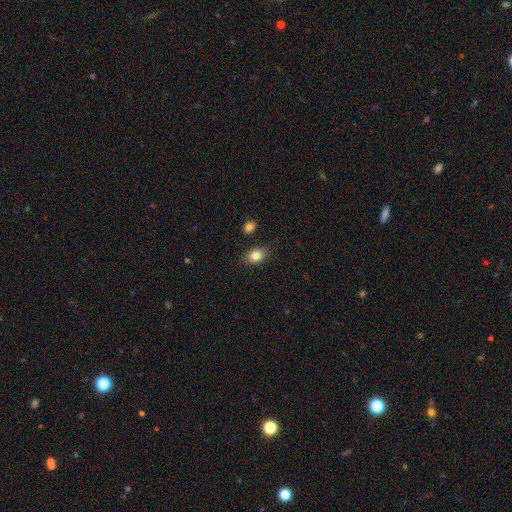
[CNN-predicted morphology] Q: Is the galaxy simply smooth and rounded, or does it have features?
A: smooth — 82%.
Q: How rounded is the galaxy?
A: in between — 74%.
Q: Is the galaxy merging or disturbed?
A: none — 81%.